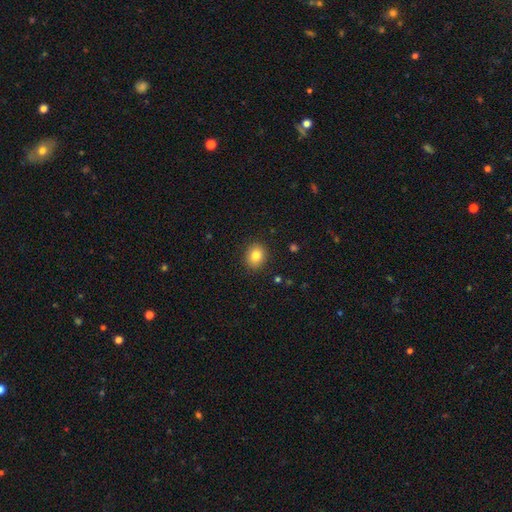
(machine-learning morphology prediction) Q: Smooth or featured?
A: smooth (82%); runner-up: star or artifact (10%)
Q: How rounded?
A: round (65%); runner-up: in between (34%)
Q: Merging?
A: none (90%); runner-up: minor disturbance (7%)